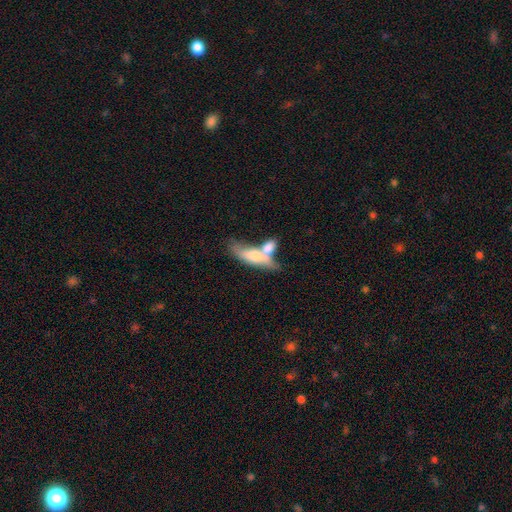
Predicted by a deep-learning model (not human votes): This is likely a smooth galaxy (60%). How rounded: possibly in between (60%). Merging: possibly merger (60%).